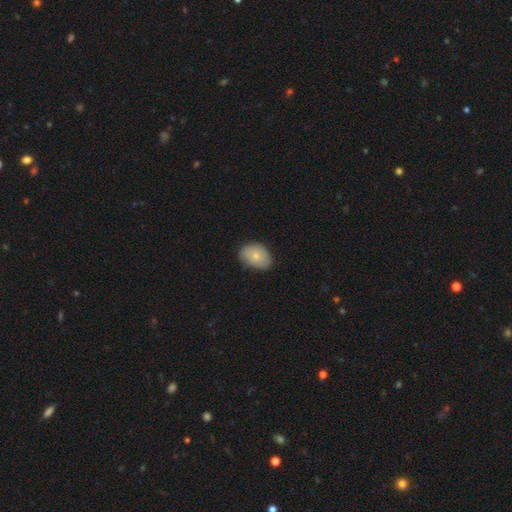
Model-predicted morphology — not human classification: Overall: smooth (78%). How rounded: in between (76%). Merging: none (70%).